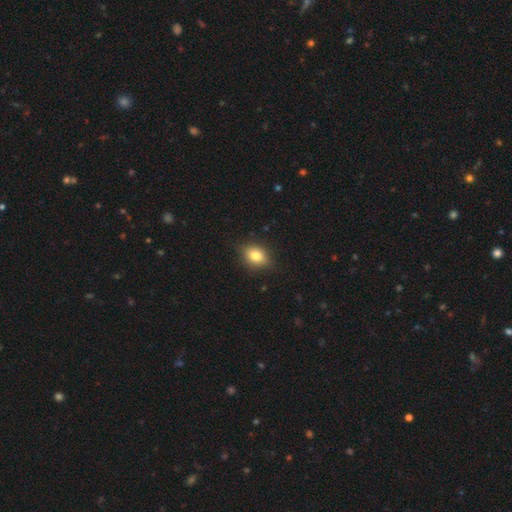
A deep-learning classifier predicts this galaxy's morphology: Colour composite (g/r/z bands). It shows a smooth galaxy with no disk features (78%) that is in between round and cigar-shaped (64%). Merging: none (81%).